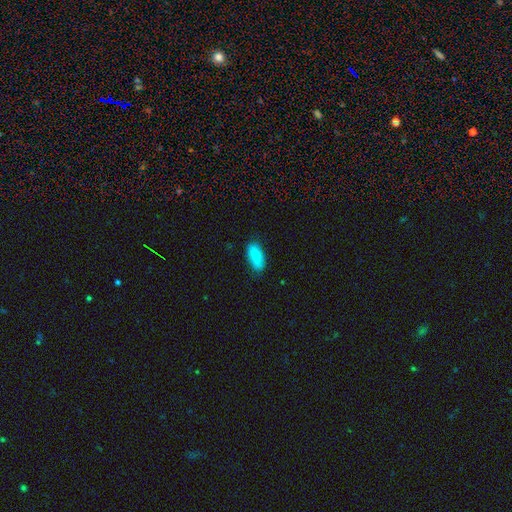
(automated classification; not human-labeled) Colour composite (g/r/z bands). It shows a smooth galaxy with no disk features (86%) that is in between round and cigar-shaped (86%). Merging: none (81%).